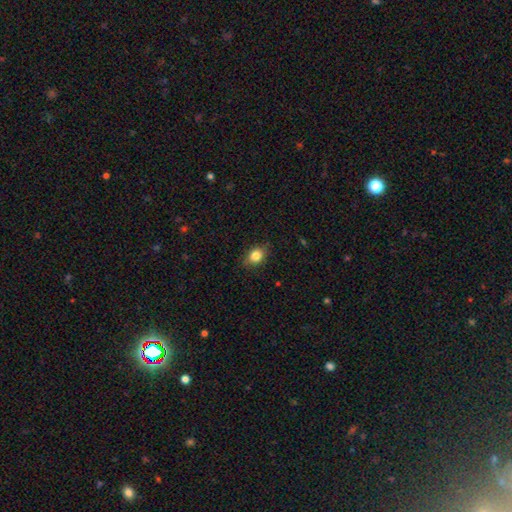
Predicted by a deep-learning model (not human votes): Smooth or featured: smooth — 82% (star or artifact — 9%)
How rounded: in between — 60% (round — 39%)
Merging: none — 80% (minor disturbance — 16%)